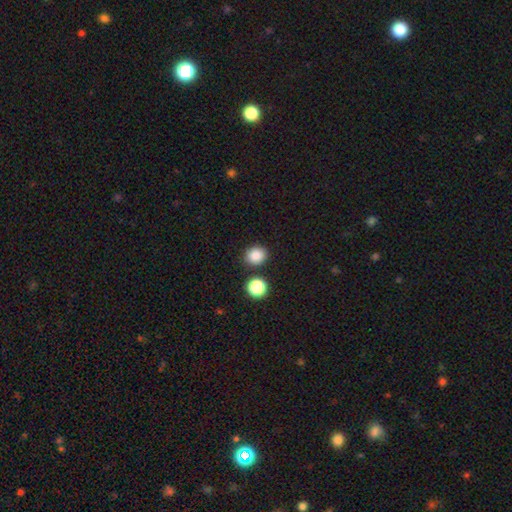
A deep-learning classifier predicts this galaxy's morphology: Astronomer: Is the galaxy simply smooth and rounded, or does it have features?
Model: smooth — 85%.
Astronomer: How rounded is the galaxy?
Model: round — 68%.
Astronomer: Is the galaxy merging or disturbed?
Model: none — 84%.